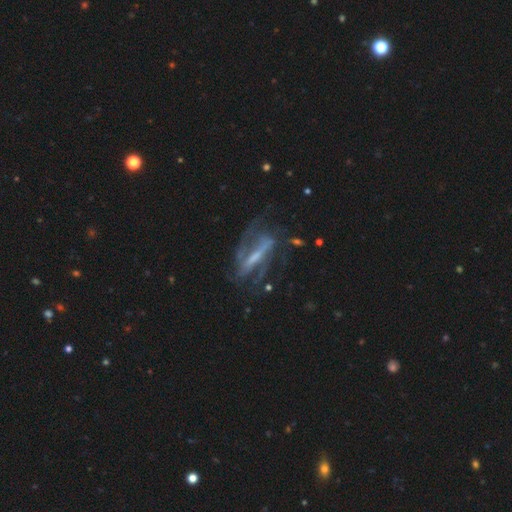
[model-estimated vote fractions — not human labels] Smooth or featured: featured or disk — 80% (smooth — 12%)
Edge-on disk: no — 72% (yes — 28%)
Bar: strong — 67% (weak — 21%)
Spiral arms: yes — 82% (no — 18%)
Bulge size: small — 44% (moderate — 28%)
Merging: none — 55% (major disturbance — 22%)